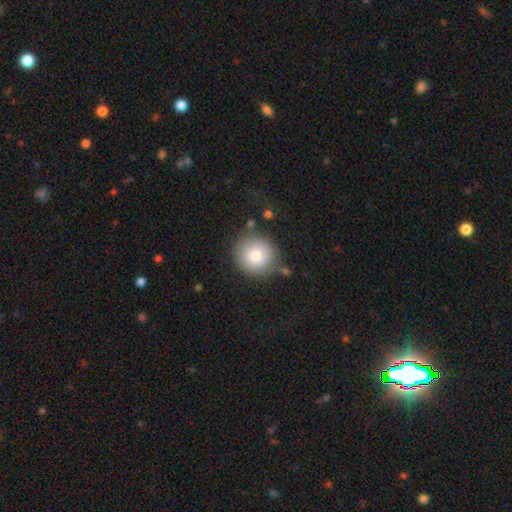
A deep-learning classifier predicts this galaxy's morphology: Smooth or featured: smooth — 78% (featured or disk — 13%)
How rounded: round — 92% (in between — 7%)
Merging: none — 75% (minor disturbance — 15%)